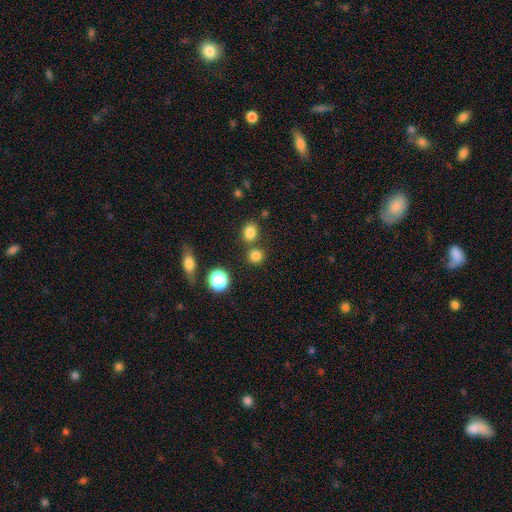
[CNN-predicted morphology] smooth-or-featured: smooth: 79% | star or artifact: 16% | featured or disk: 5%
  how-rounded: round: 84% | in between: 15% | cigar-shaped: 1%
  merging: none: 72% | merger: 17% | minor disturbance: 8% | major disturbance: 3%